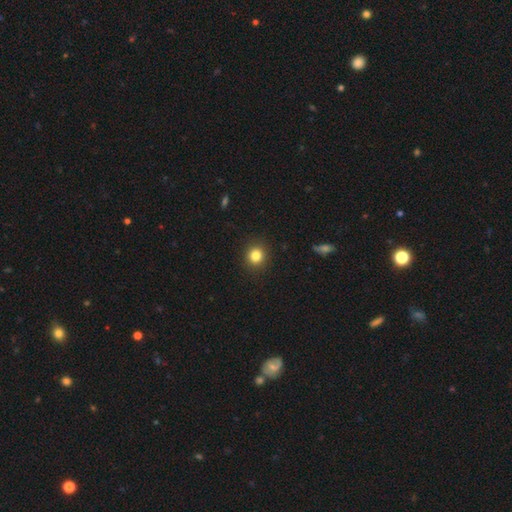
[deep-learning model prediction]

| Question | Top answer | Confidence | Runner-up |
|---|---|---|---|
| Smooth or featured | smooth | 83% | star or artifact (11%) |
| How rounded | round | 88% | in between (11%) |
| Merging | none | 91% | minor disturbance (6%) |